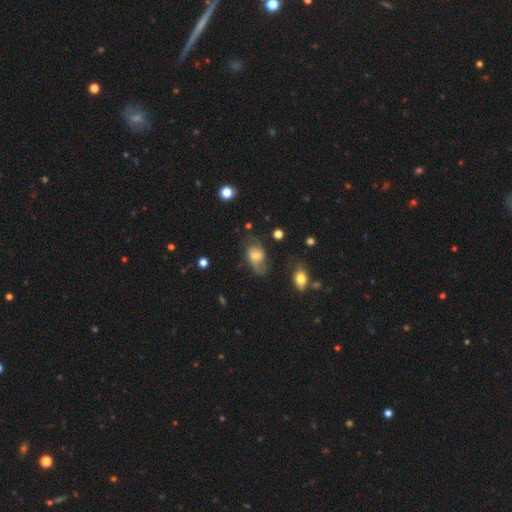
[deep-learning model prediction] smooth-or-featured: featured or disk: 61% | smooth: 30% | star or artifact: 9%
  disk-edge-on: no: 95% | yes: 5%
    bar: no: 47% | weak: 44% | strong: 9%
    has-spiral-arms: yes: 84% | no: 16%
    bulge-size: moderate: 42% | small: 36% | large: 12% | none: 9% | dominant: 2%
  merging: none: 50% | minor disturbance: 25% | major disturbance: 22% | merger: 3%